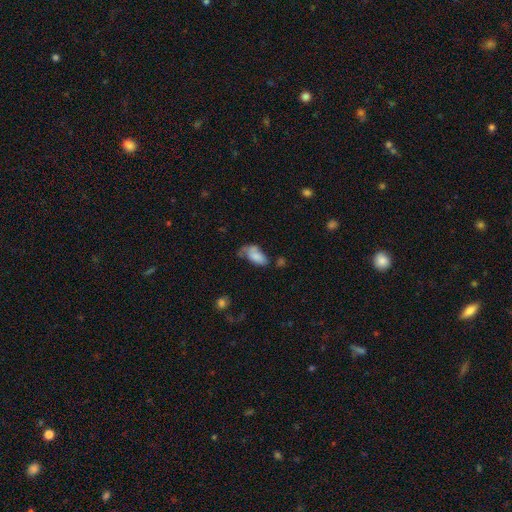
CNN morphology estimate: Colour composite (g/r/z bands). It shows a smooth galaxy with no disk features (77%) that is in between round and cigar-shaped (91%). Merging: none (33%).